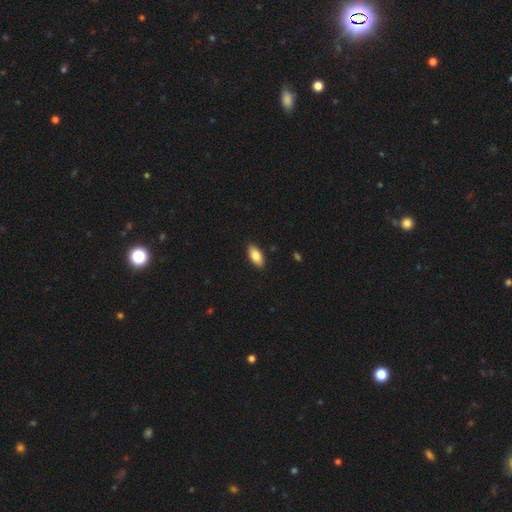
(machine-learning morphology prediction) Overall: smooth (82%). How rounded: in between (90%). Merging: none (89%).